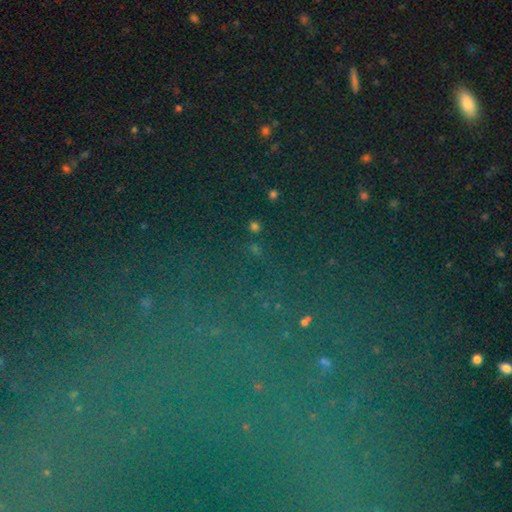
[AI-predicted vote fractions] This is likely a star or artifact rather than a galaxy (76%).